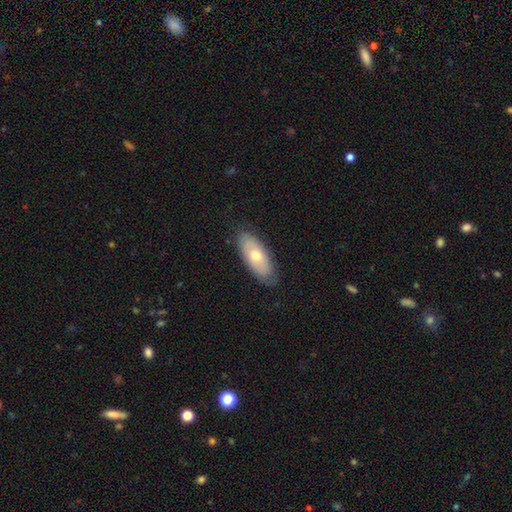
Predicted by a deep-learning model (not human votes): A smooth galaxy with no disk features (57%) that is in between round and cigar-shaped (85%).

Vote fractions:
- Smooth or featured? smooth: 57% / featured or disk: 36% / star or artifact: 6%
- How rounded? in between: 85% / cigar-shaped: 12% / round: 3%
- Merging? none: 81% / minor disturbance: 15% / major disturbance: 3% / merger: 1%